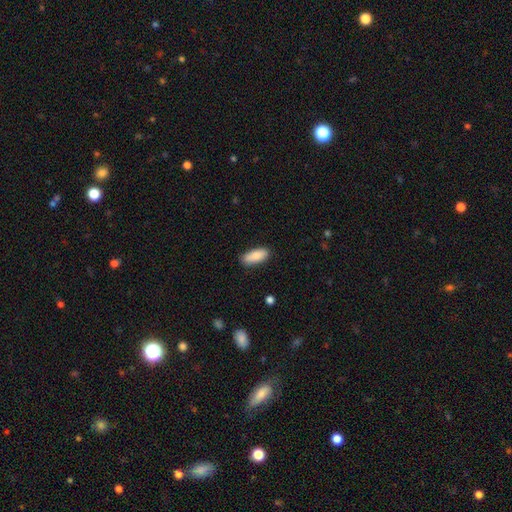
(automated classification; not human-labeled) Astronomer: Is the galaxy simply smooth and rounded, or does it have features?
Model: smooth — 84%.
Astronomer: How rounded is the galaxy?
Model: in between — 81%.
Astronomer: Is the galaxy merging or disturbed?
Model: none — 85%.